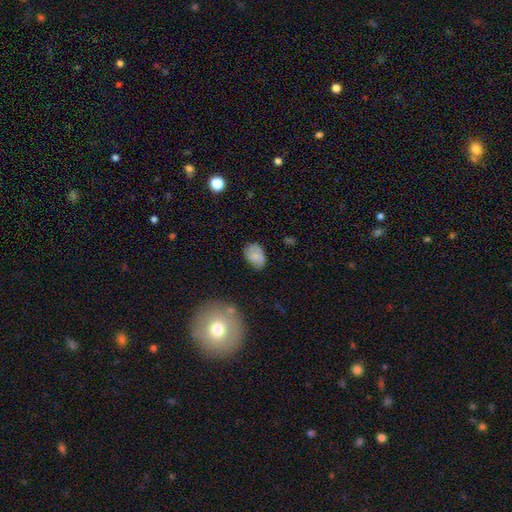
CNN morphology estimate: This is likely a smooth galaxy (76%). How rounded: clearly in between (82%). Merging: likely none (63%).